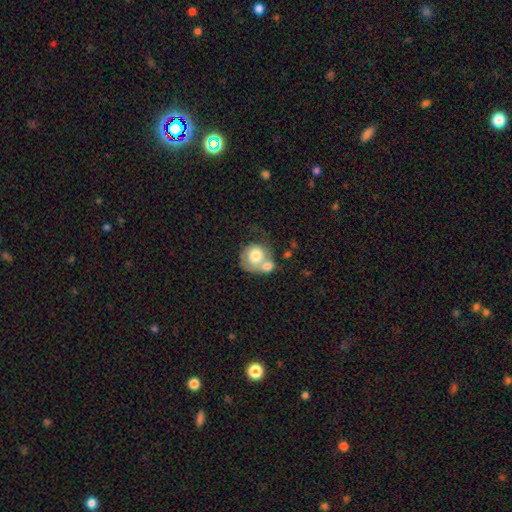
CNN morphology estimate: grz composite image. It shows a smooth galaxy with no disk features (61%) that is round (78%). Merging: merger (55%).